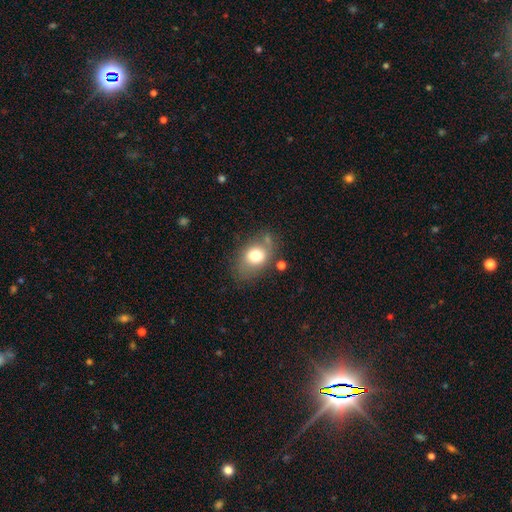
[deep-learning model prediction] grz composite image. It shows a smooth galaxy with no disk features (73%) that is in between round and cigar-shaped (68%). Merging: none (62%).